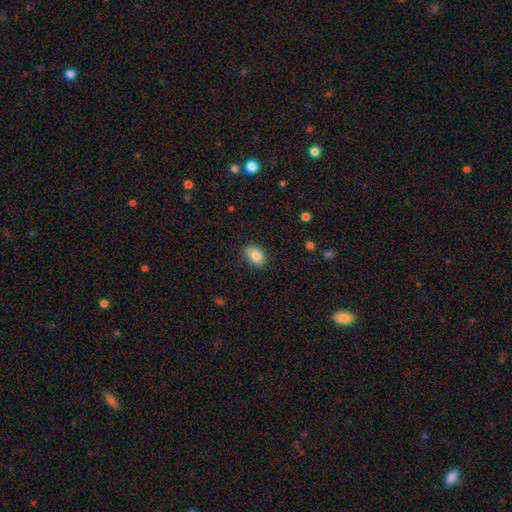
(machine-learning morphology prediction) Q: Smooth or featured?
A: smooth (84%); runner-up: featured or disk (8%)
Q: How rounded?
A: in between (85%); runner-up: round (14%)
Q: Merging?
A: none (80%); runner-up: minor disturbance (16%)